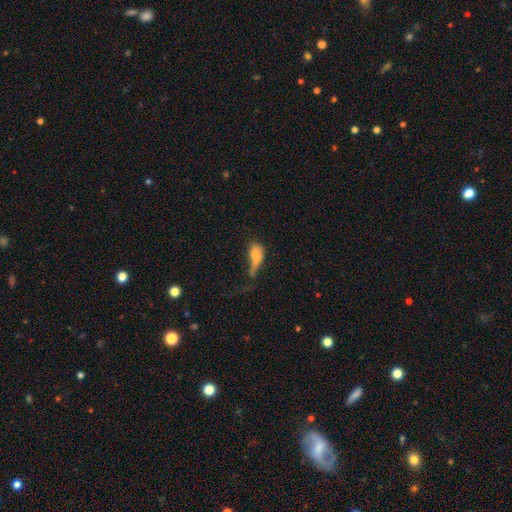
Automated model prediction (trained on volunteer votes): Smooth or featured? Predicted: smooth (p=0.69). How rounded? Predicted: in between (p=0.76). Merging? Predicted: major disturbance (p=0.51).